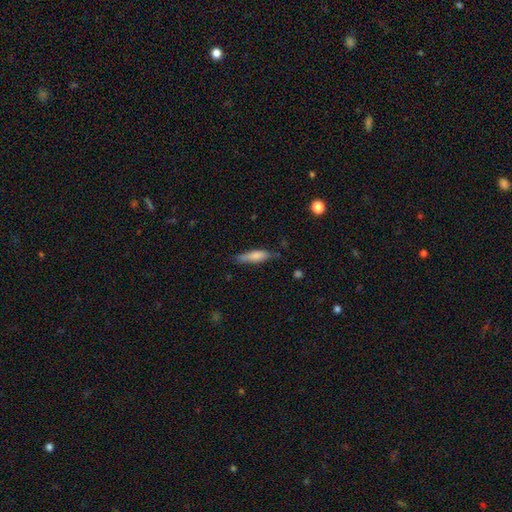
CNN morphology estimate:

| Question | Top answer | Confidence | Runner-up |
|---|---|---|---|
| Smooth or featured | smooth | 76% | featured or disk (17%) |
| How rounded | cigar-shaped | 63% | in between (35%) |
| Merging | none | 63% | minor disturbance (28%) |